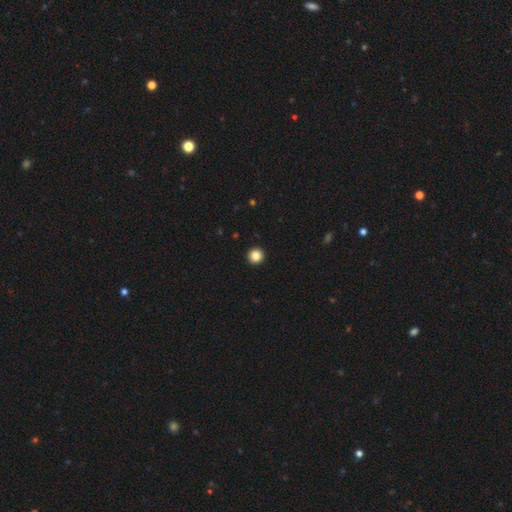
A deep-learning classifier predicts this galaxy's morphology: smooth 86%, star or artifact 10%, featured or disk 4%. Down the decision tree: how rounded — round (96%); merging — none (94%).